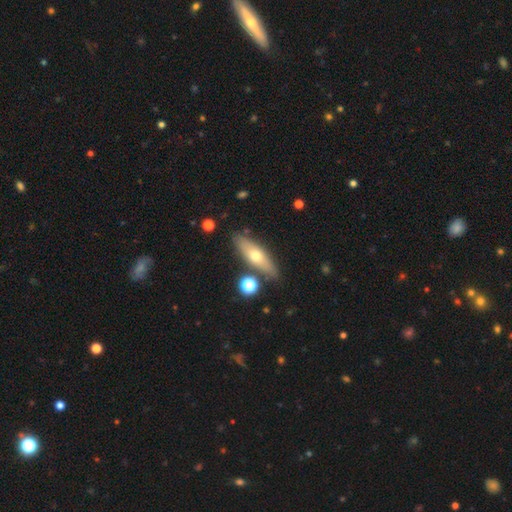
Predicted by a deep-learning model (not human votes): The model was most divided on "how rounded": cigar-shaped: 52%, in between: 44%, round: 3%. More confident: merging — none (82%); smooth or featured — smooth (53%).